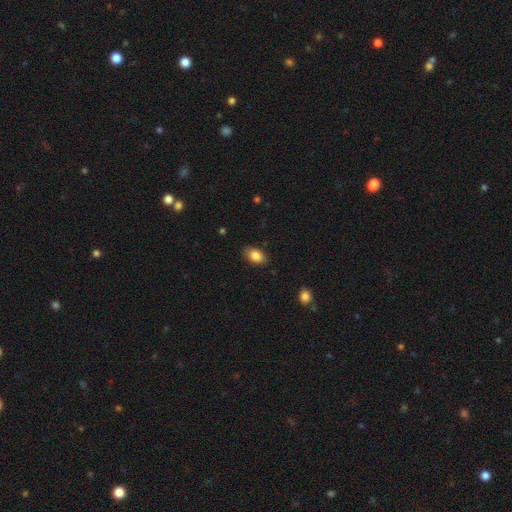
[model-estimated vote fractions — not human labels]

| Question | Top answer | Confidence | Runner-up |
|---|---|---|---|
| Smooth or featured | smooth | 85% | star or artifact (8%) |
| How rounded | in between | 90% | round (8%) |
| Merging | none | 86% | minor disturbance (11%) |